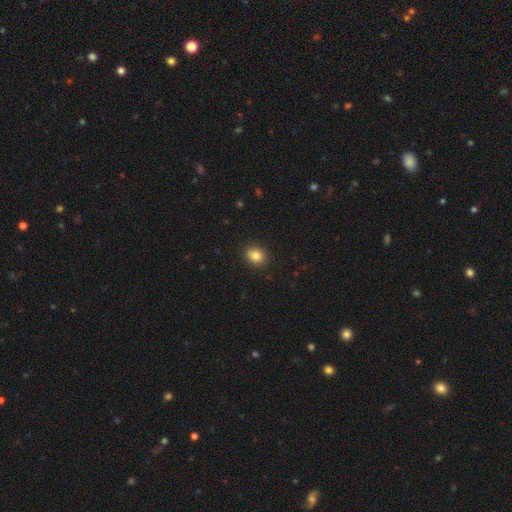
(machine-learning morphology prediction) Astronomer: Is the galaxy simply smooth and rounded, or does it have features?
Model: smooth — 83%.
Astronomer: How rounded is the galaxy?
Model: round — 52% (runner-up: in between, 47%).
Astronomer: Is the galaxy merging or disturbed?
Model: none — 87%.